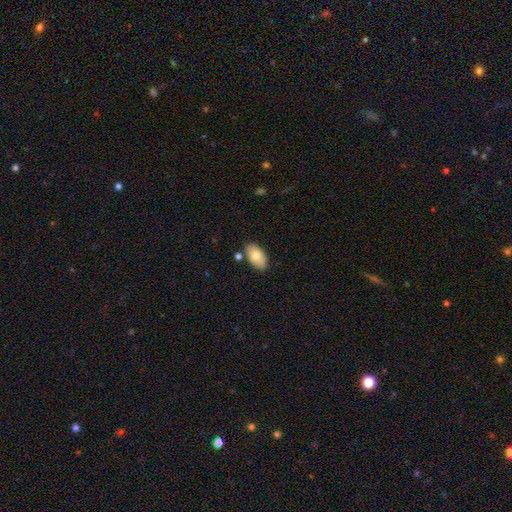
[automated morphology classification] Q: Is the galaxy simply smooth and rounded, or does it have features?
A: smooth — 75%.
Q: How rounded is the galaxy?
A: in between — 94%.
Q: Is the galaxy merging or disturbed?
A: none — 80%.